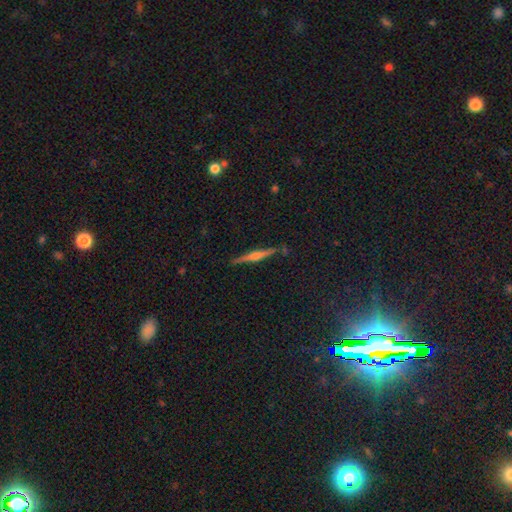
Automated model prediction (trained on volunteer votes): Smooth or featured? Predicted: featured or disk (p=0.70). Edge-on disk? Predicted: yes (p=0.98). Edge-on bulge? Predicted: rounded (p=0.78). Merging? Predicted: none (p=0.88).